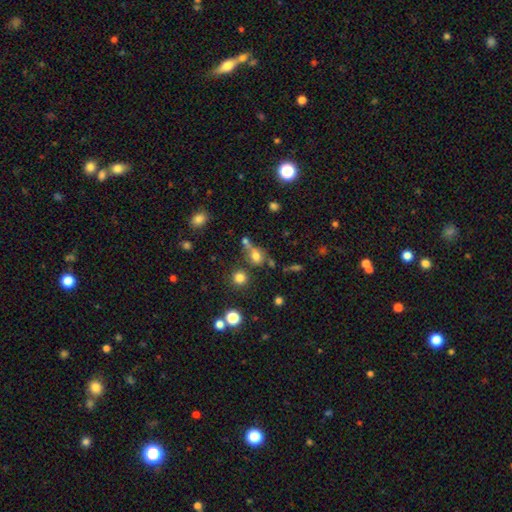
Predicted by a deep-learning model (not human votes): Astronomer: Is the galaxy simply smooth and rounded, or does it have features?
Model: smooth — 70%.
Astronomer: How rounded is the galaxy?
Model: round — 55% (runner-up: in between, 42%).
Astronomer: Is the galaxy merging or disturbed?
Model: none — 45% (runner-up: merger, 30%).